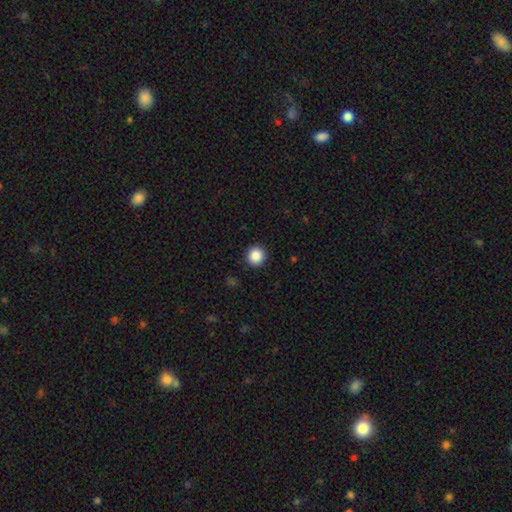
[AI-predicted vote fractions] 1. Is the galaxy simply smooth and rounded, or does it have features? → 87% smooth, 9% star or artifact, 3% featured or disk.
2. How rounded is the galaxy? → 93% round, 6% in between, 1% cigar-shaped.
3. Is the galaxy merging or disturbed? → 92% none, 5% minor disturbance, 2% major disturbance, 1% merger.